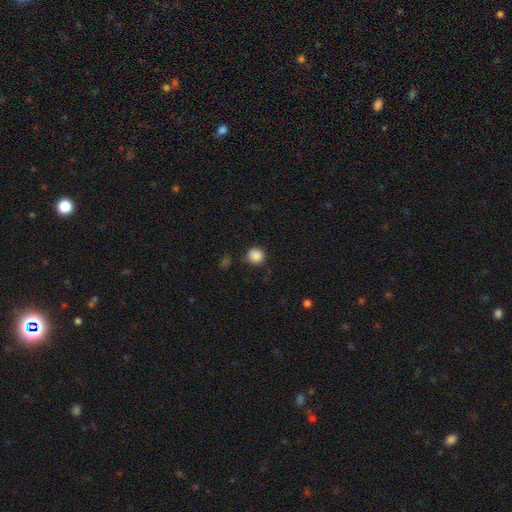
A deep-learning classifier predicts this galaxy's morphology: smooth_or_featured: smooth (p=0.87) [alt: star or artifact p=0.10]
how_rounded: round (p=0.91) [alt: in between p=0.08]
merging: none (p=0.80) [alt: minor disturbance p=0.14]